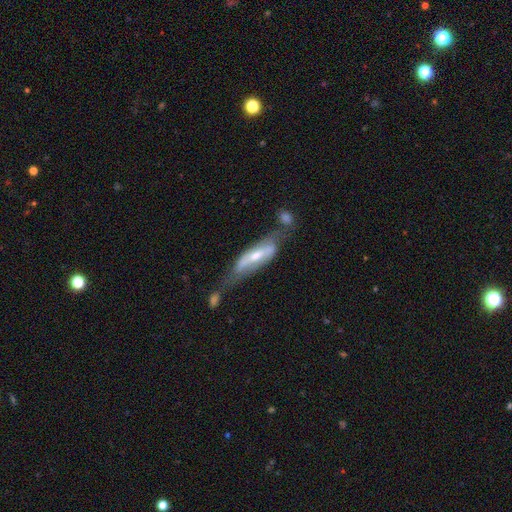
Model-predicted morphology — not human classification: smooth_or_featured: featured or disk (p=0.64) [alt: smooth p=0.30]
disk_edge_on: no (p=0.65) [alt: yes p=0.35]
merging: none (p=0.32) [alt: minor disturbance p=0.27]